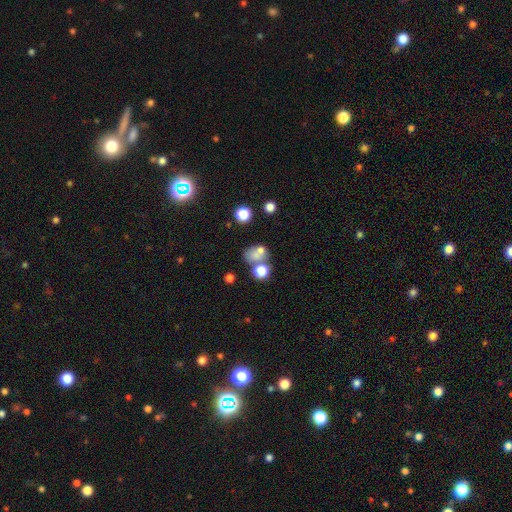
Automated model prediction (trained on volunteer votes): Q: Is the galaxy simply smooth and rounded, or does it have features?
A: smooth — 68%.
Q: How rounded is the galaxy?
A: round — 51%.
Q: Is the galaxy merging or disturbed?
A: merger — 40%.